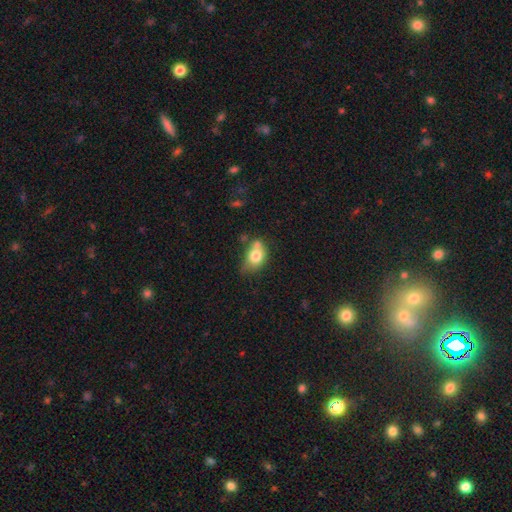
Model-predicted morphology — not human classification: A smooth galaxy with no disk features (76%) that is in between round and cigar-shaped (64%).

Vote fractions:
- Smooth or featured? smooth: 76% / featured or disk: 15% / star or artifact: 9%
- How rounded? in between: 64% / round: 35% / cigar-shaped: 1%
- Merging? none: 39% / merger: 27% / minor disturbance: 26% / major disturbance: 9%